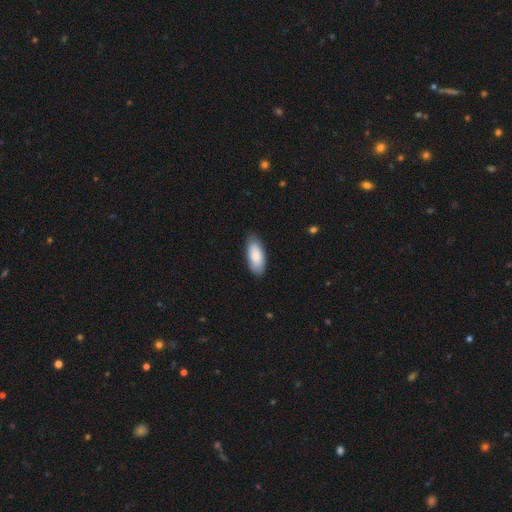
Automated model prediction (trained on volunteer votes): Morphology: type=smooth (86%); roundness=in between (85%); merging=none (83%).